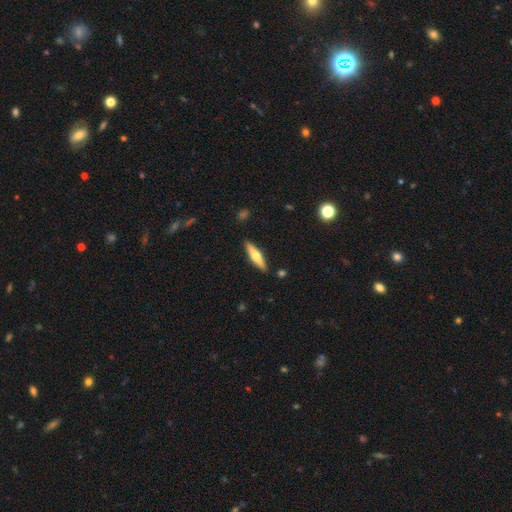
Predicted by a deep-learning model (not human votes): Overall: featured or disk (53%; smooth 41%). Edge-on disk: yes (94%). Edge-on bulge: rounded (94%). Merging: none (90%).